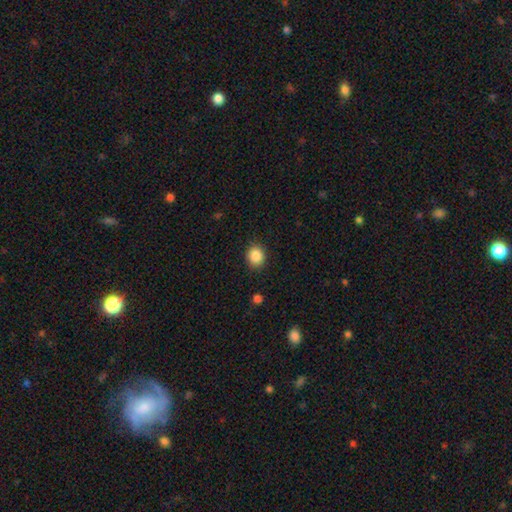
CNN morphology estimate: Smooth or featured?
  - smooth: 87% *
  - star or artifact: 10%
  - featured or disk: 3%
How rounded?
  - round: 76% *
  - in between: 23%
  - cigar-shaped: 1%
Merging?
  - none: 89% *
  - minor disturbance: 8%
  - major disturbance: 2%
  - merger: 1%